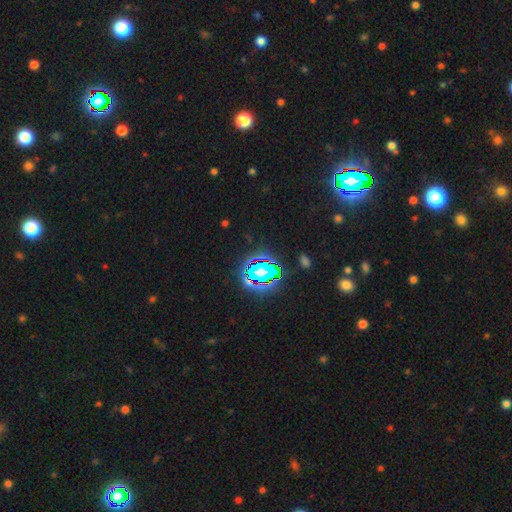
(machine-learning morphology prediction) A star or artifact, not a galaxy (80%).